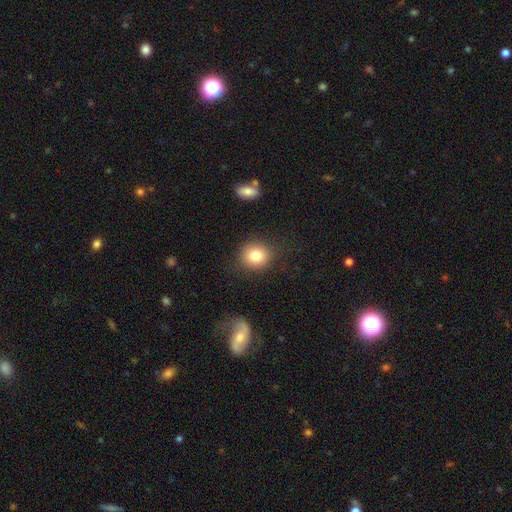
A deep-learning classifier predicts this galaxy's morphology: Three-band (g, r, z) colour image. It shows a smooth galaxy with no disk features (82%) that is round (84%). Merging: none (84%).